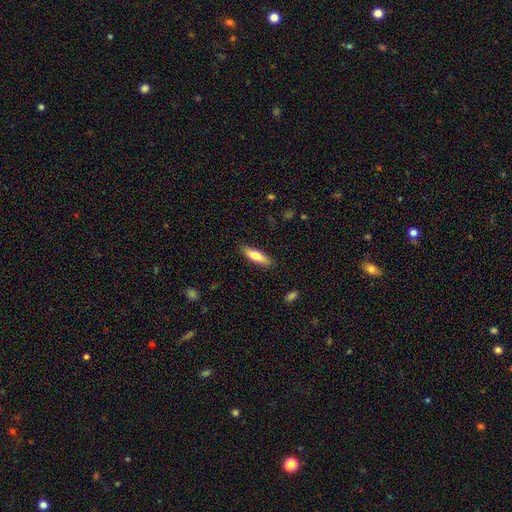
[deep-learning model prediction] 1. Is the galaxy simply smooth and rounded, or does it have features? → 70% smooth, 25% featured or disk, 6% star or artifact.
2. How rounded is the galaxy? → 61% cigar-shaped, 37% in between, 2% round.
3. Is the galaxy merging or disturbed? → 88% none, 9% minor disturbance, 2% major disturbance, 1% merger.